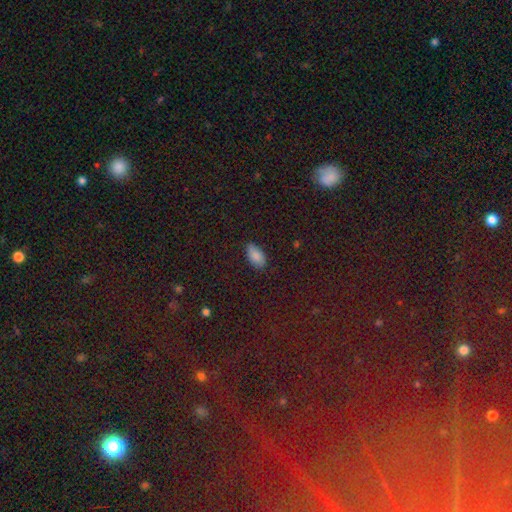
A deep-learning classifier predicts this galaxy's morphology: smooth-or-featured: smooth: 84% | star or artifact: 10% | featured or disk: 6%
  how-rounded: in between: 94% | round: 3% | cigar-shaped: 3%
  merging: none: 80% | minor disturbance: 15% | major disturbance: 3% | merger: 1%